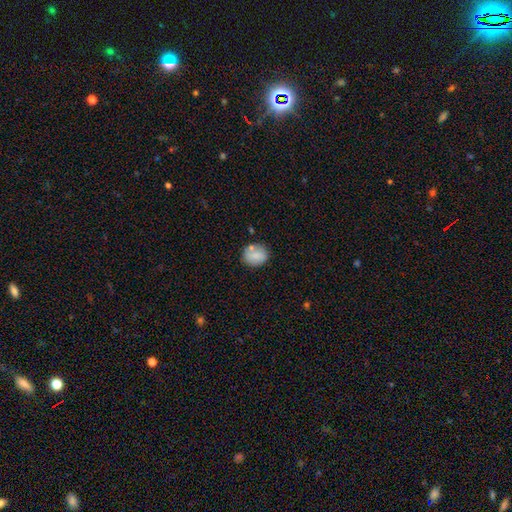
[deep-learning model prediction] This appears to be a smooth galaxy with no disk features (81%) that is round (62%). Merging: none (72%).